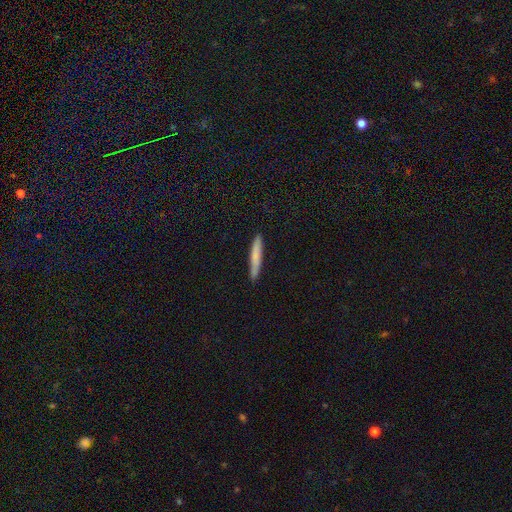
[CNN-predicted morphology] Q: Smooth or featured?
A: smooth (73%); runner-up: featured or disk (22%)
Q: How rounded?
A: cigar-shaped (94%); runner-up: in between (4%)
Q: Merging?
A: none (86%); runner-up: minor disturbance (11%)